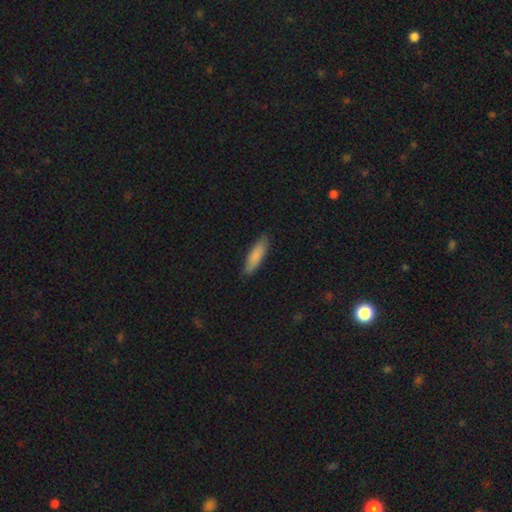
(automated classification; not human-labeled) smooth 84%, featured or disk 10%, star or artifact 6%. Down the decision tree: how rounded — cigar-shaped (62%); merging — none (86%).